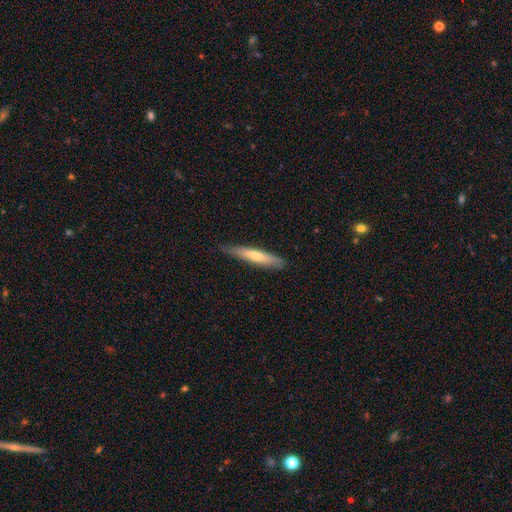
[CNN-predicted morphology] This is likely a smooth galaxy (60%). How rounded: clearly cigar-shaped (90%). Merging: likely none (78%).